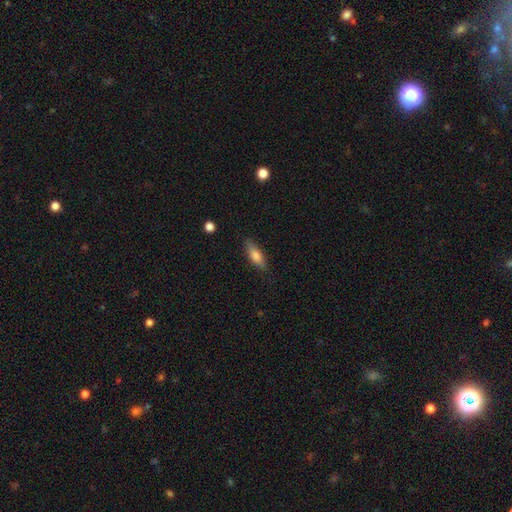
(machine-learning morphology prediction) The model was most divided on "how rounded": in between: 57%, cigar-shaped: 41%, round: 3%. More confident: merging — none (82%); smooth or featured — smooth (73%).